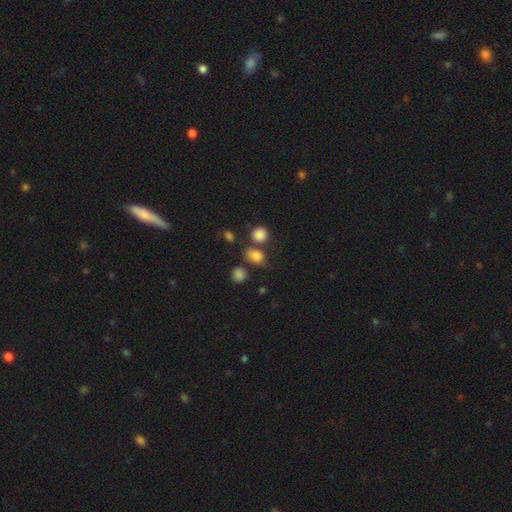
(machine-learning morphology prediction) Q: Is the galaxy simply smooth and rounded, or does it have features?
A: smooth — 81%.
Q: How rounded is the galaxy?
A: round — 54%.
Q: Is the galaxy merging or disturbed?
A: none — 63%.